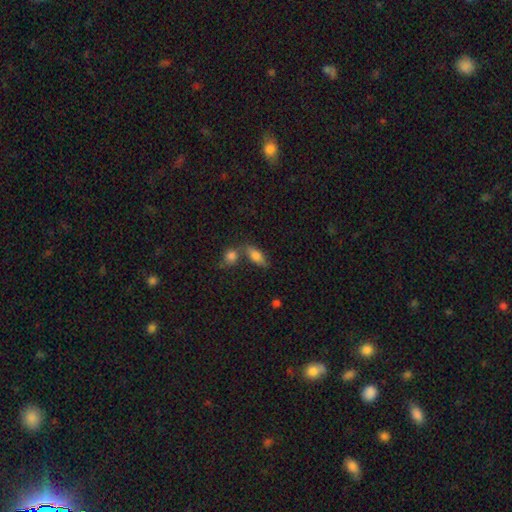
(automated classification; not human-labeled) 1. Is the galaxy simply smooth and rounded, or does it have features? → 73% smooth, 18% featured or disk, 9% star or artifact.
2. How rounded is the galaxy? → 74% in between, 20% cigar-shaped, 6% round.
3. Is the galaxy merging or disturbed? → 53% none, 28% merger, 13% minor disturbance, 5% major disturbance.